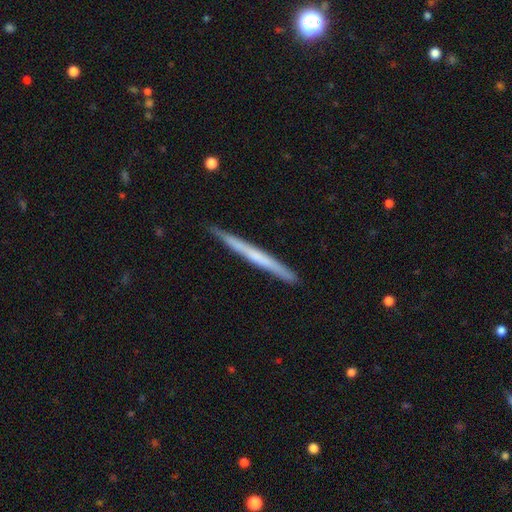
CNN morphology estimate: Q: Smooth or featured?
A: featured or disk (54%); runner-up: smooth (40%)
Q: Edge-on disk?
A: yes (97%); runner-up: no (3%)
Q: Edge-on bulge?
A: none (79%); runner-up: rounded (17%)
Q: Merging?
A: none (90%); runner-up: minor disturbance (7%)